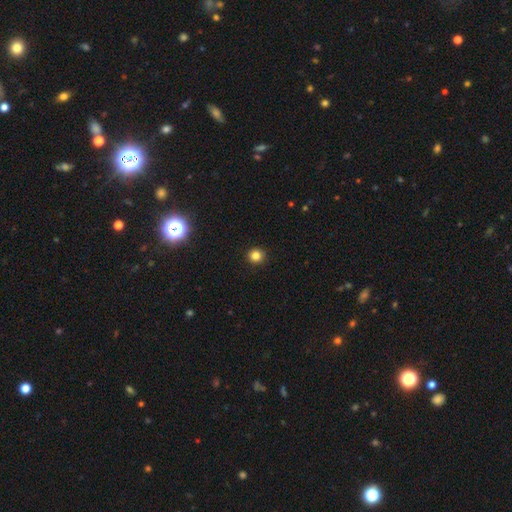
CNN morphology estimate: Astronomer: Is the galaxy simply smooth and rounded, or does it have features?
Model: smooth — 83%.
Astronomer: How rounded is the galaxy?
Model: round — 93%.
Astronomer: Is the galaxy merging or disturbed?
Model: none — 93%.